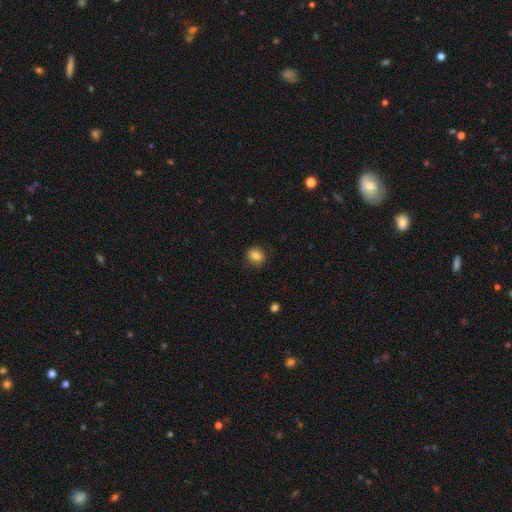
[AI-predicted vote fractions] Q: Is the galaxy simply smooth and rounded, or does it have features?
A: smooth — 82%.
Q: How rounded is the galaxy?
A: round — 71%.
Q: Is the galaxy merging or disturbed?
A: none — 85%.